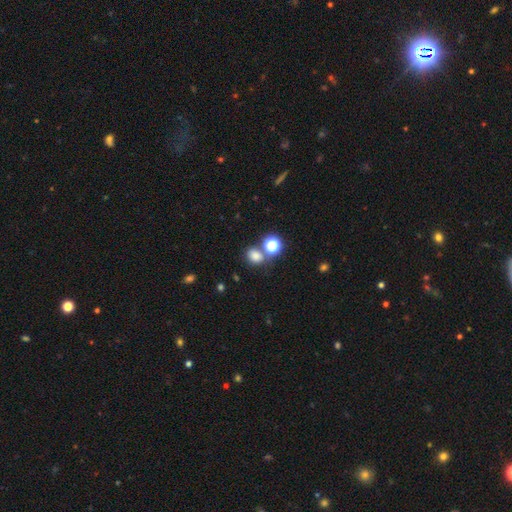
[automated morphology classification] smooth-or-featured: smooth: 76% | star or artifact: 17% | featured or disk: 6%
  how-rounded: round: 58% | in between: 41% | cigar-shaped: 1%
  merging: none: 63% | merger: 22% | minor disturbance: 10% | major disturbance: 4%